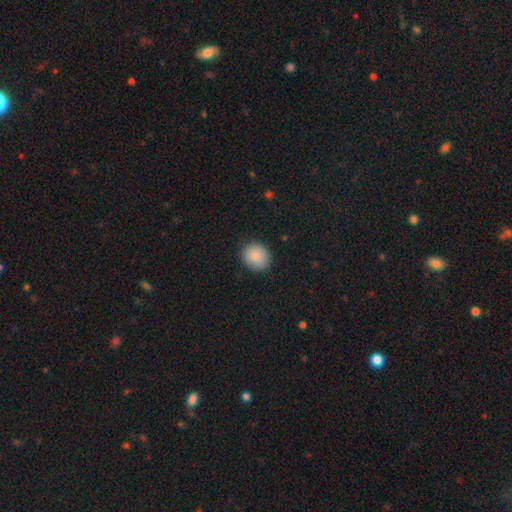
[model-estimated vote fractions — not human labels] The model was most divided on "how rounded": round: 78%, in between: 21%, cigar-shaped: 1%. More confident: merging — none (88%); smooth or featured — smooth (88%).